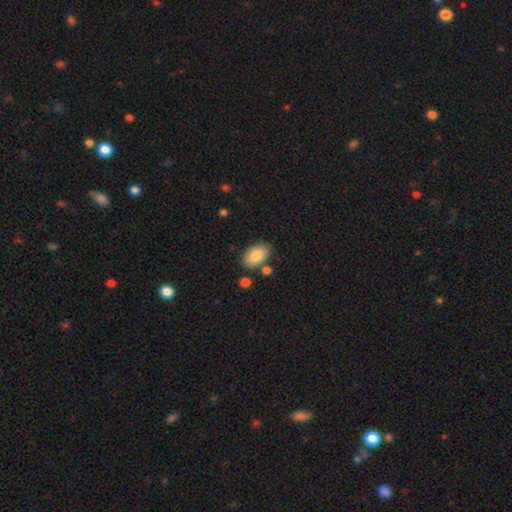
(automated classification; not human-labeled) Smooth or featured: smooth — 84% (featured or disk — 10%)
How rounded: in between — 92% (round — 7%)
Merging: none — 79% (minor disturbance — 12%)